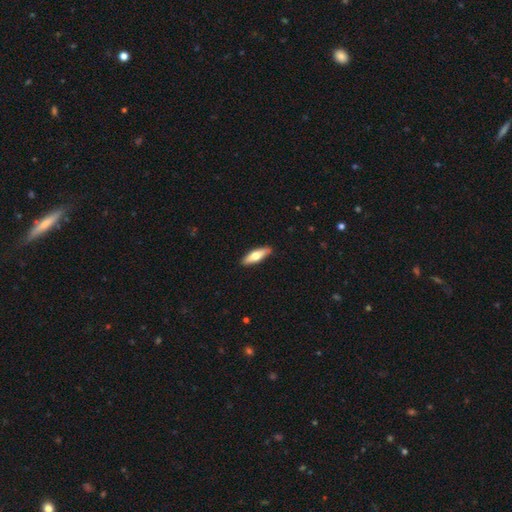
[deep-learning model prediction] smooth-or-featured: smooth: 62% | featured or disk: 33% | star or artifact: 5%
  how-rounded: cigar-shaped: 52% | in between: 46% | round: 2%
  merging: none: 89% | minor disturbance: 8% | major disturbance: 2% | merger: 1%